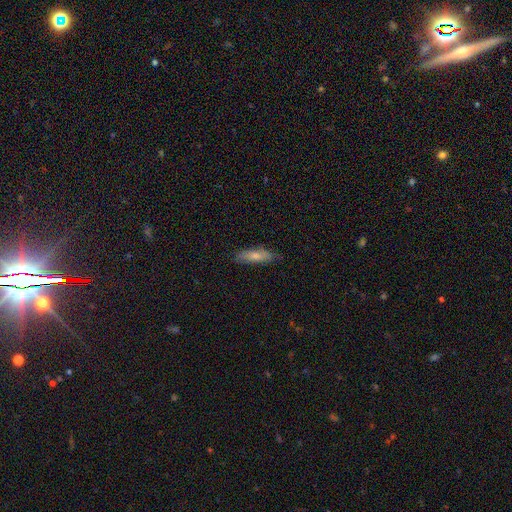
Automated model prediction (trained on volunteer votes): Smooth or featured? Predicted: smooth (p=0.72). How rounded? Predicted: cigar-shaped (p=0.59). Merging? Predicted: none (p=0.77).